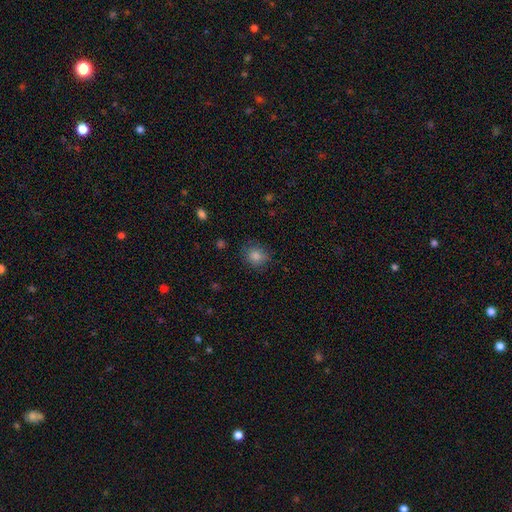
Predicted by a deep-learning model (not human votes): Morphology: type=smooth (81%); roundness=round (79%); merging=none (82%).